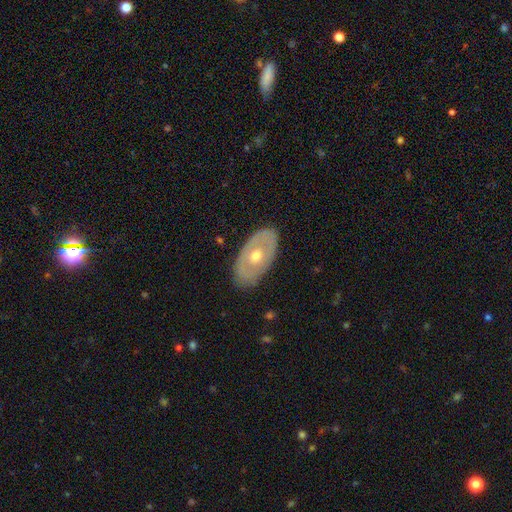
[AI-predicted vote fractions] The model was most divided on "smooth or featured": featured or disk: 57%, smooth: 38%, star or artifact: 6%. More confident: edge-on disk — no (86%); merging — none (84%).